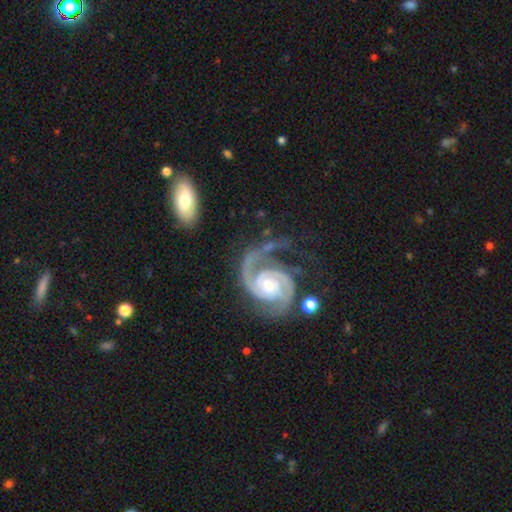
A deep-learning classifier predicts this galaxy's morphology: Overall: featured or disk (92%). Edge-on disk: no (98%). Bar: no (59%; weak 30%). Spiral arms: yes (98%). Spiral arm count: 2 (84%). Spiral winding: medium (49%; tight 40%). Bulge size: moderate (48%; small 44%). Merging: none (62%).